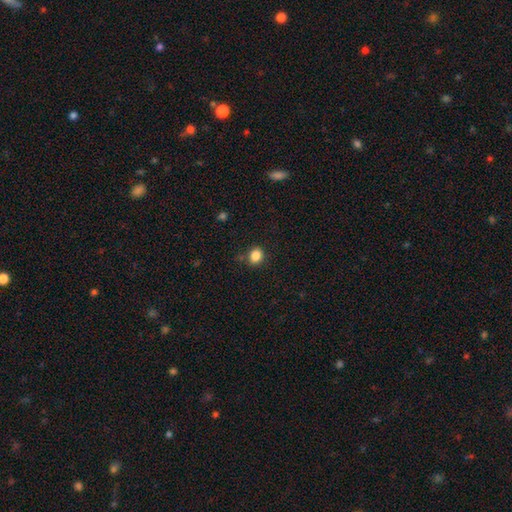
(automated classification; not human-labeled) Morphology: type=smooth (85%); roundness=round (67%); merging=none (83%).